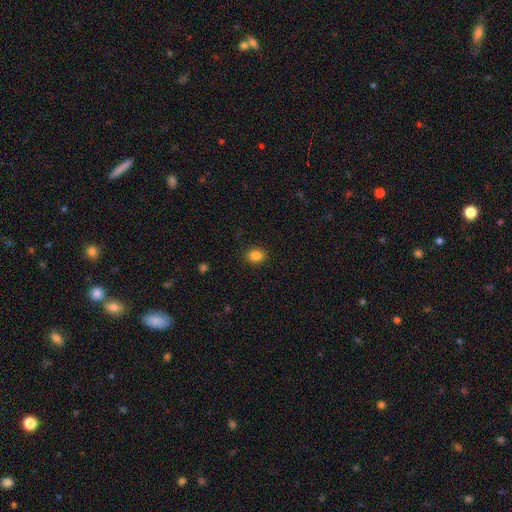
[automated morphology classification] Smooth or featured? Predicted: smooth (p=0.85). How rounded? Predicted: round (p=0.52). Merging? Predicted: none (p=0.89).